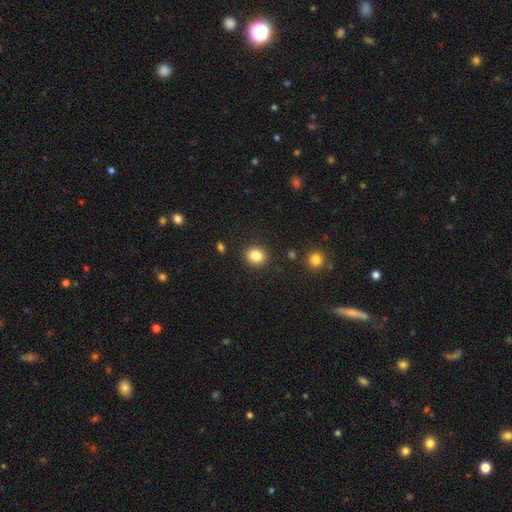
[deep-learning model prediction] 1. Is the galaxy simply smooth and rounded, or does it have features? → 85% smooth, 10% star or artifact, 5% featured or disk.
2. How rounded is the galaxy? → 75% round, 24% in between, 1% cigar-shaped.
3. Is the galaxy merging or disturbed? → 89% none, 7% minor disturbance, 2% major disturbance, 2% merger.